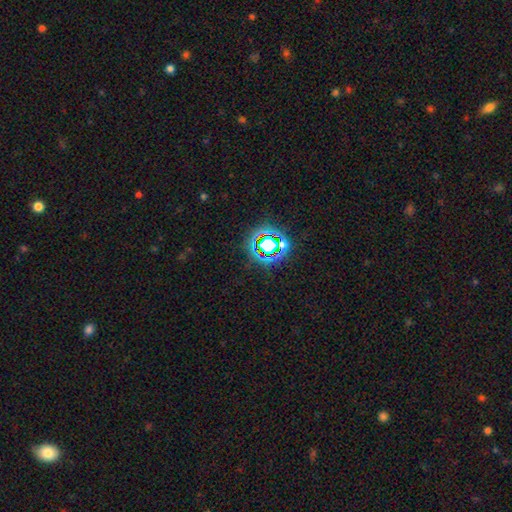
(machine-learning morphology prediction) Smooth or featured?
  - star or artifact: 76% *
  - smooth: 13%
  - featured or disk: 10%